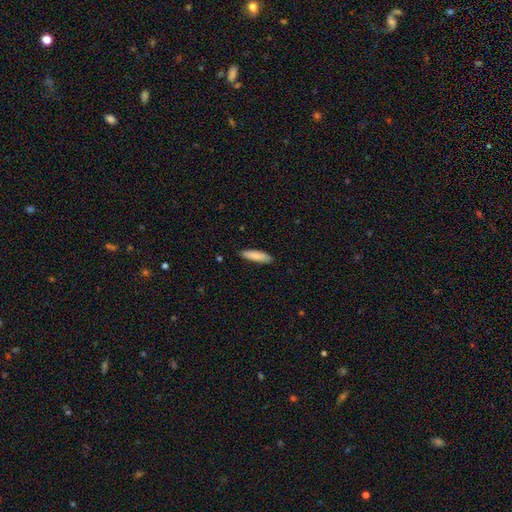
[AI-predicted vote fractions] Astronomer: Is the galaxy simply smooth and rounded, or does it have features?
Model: smooth — 86%.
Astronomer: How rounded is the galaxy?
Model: cigar-shaped — 65%.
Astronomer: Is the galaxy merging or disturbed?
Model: none — 88%.